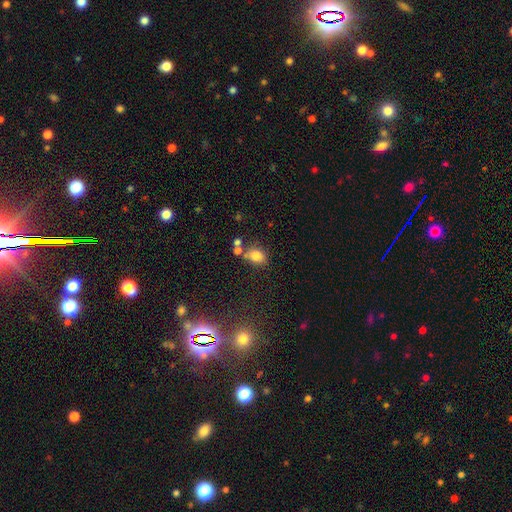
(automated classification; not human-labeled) Morphology: type=smooth (79%); roundness=in between (68%); merging=none (59%).